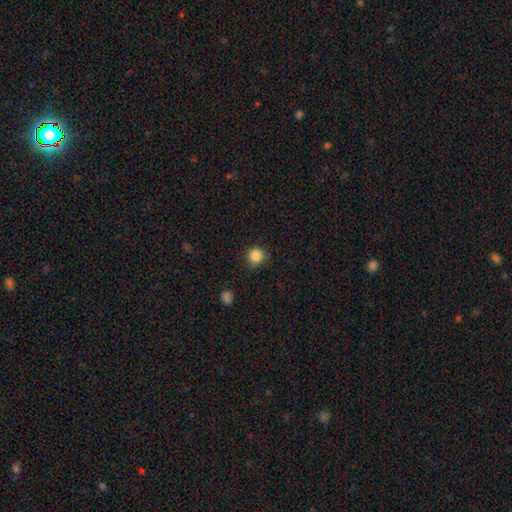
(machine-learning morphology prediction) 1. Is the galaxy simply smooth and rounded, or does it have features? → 86% smooth, 11% star or artifact, 3% featured or disk.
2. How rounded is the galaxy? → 92% round, 7% in between, 1% cigar-shaped.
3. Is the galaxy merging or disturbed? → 85% none, 11% minor disturbance, 3% major disturbance, 1% merger.